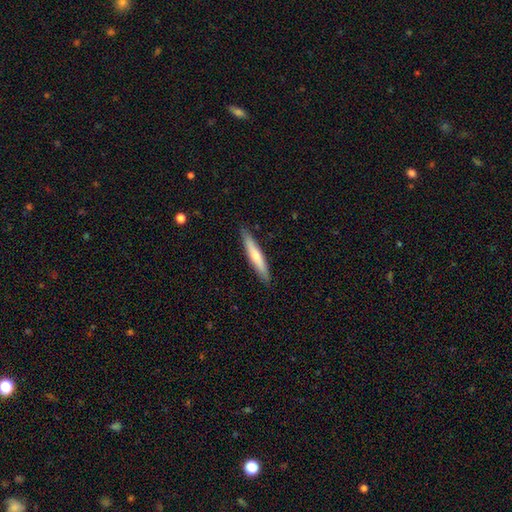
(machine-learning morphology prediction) This appears to be a smooth galaxy with no disk features (60%) that is cigar-shaped (92%). Merging: none (89%).